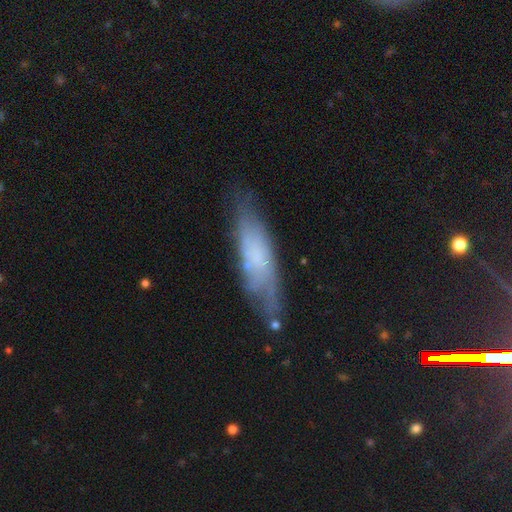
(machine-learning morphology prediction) Smooth or featured? Predicted: smooth (p=0.49). Merging? Predicted: none (p=0.66).